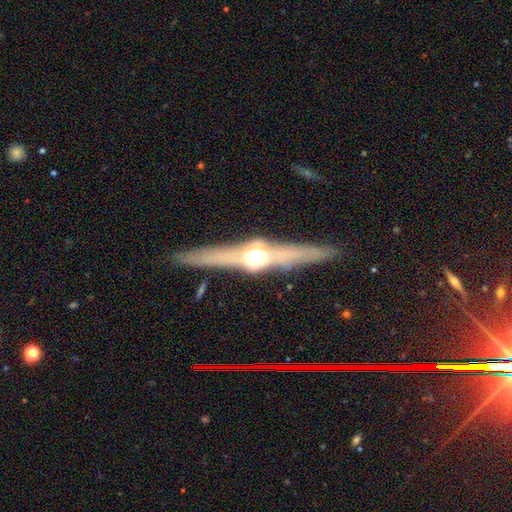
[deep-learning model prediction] The model was most divided on "smooth or featured": featured or disk: 79%, smooth: 14%, star or artifact: 7%. More confident: edge-on disk — yes (96%); edge-on bulge — rounded (95%); merging — none (86%).